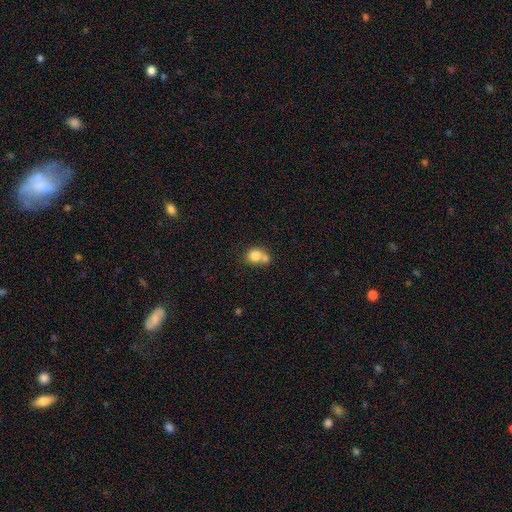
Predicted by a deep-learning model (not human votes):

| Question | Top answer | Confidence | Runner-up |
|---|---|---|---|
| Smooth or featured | smooth | 78% | featured or disk (12%) |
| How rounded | round | 70% | in between (29%) |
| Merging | merger | 51% | none (34%) |